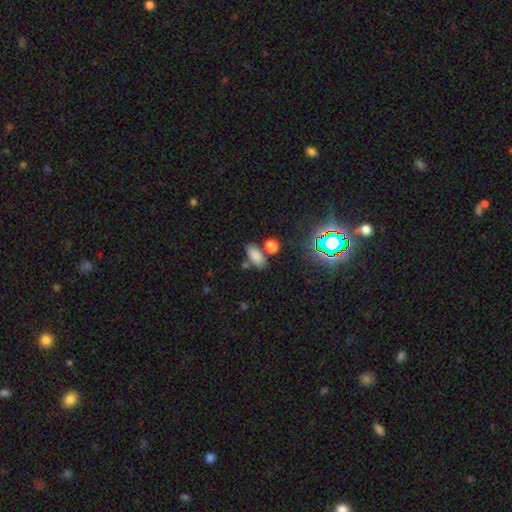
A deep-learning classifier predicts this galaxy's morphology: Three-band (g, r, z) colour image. It shows a smooth galaxy with no disk features (80%) that is in between round and cigar-shaped (88%). Merging: none (69%).